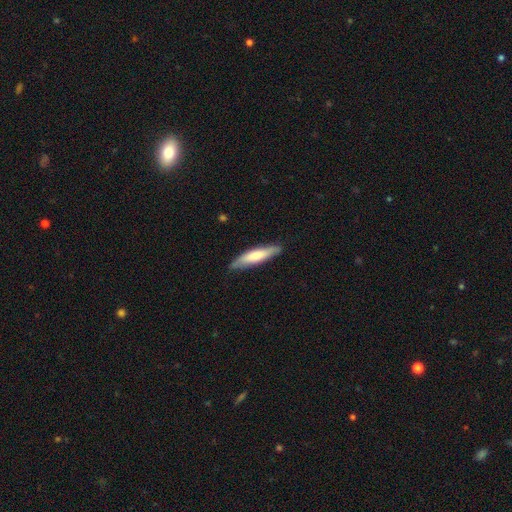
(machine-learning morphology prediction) smooth-or-featured: smooth: 65% | featured or disk: 30% | star or artifact: 5%
  how-rounded: cigar-shaped: 80% | in between: 19% | round: 1%
  merging: none: 82% | minor disturbance: 14% | major disturbance: 2% | merger: 1%